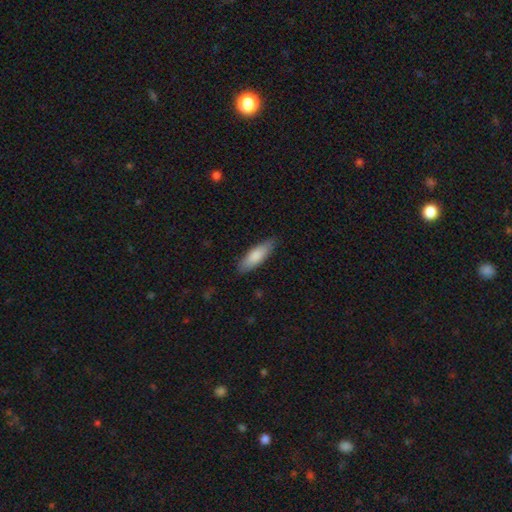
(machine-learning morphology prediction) Overall: smooth (84%). How rounded: in between (55%; cigar-shaped 44%). Merging: none (83%).